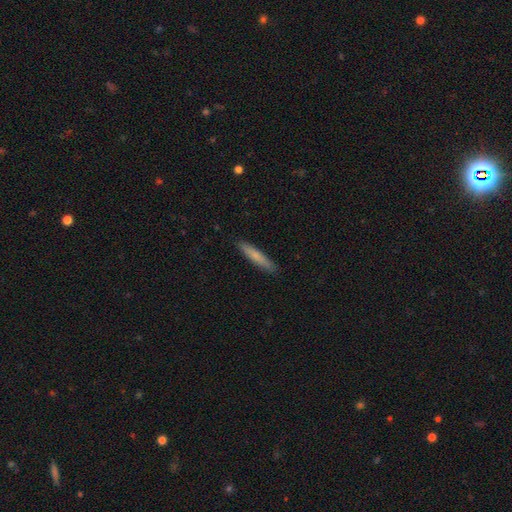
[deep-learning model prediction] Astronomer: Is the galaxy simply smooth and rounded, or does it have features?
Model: smooth — 74%.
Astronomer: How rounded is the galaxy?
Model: cigar-shaped — 91%.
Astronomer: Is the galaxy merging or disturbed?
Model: none — 90%.